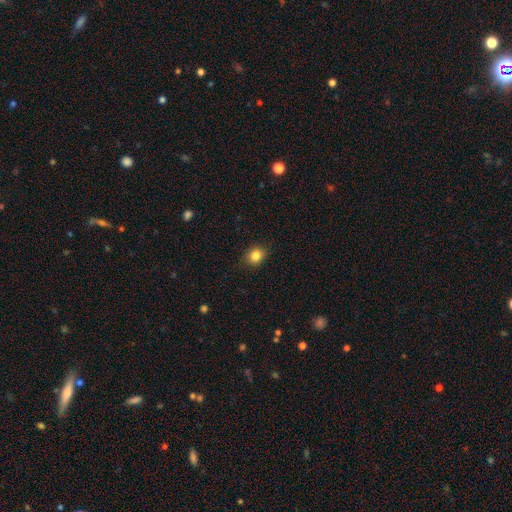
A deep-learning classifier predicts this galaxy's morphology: smooth 84%, star or artifact 11%, featured or disk 5%. Down the decision tree: how rounded — round (68%); merging — none (87%).